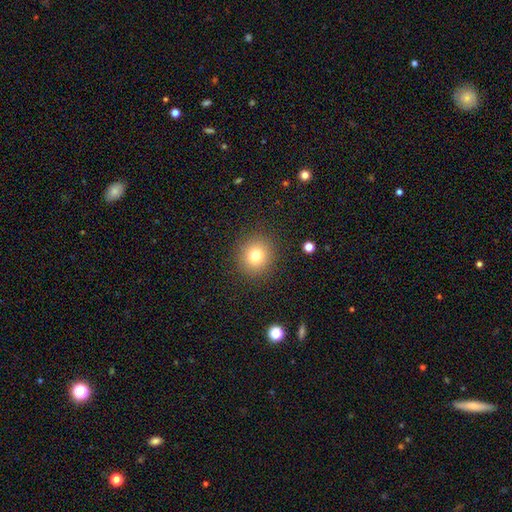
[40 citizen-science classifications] smooth 85%, featured or disk 8%, star or artifact 8%. Down the decision tree: how rounded — round (94%); merging — none (92%).